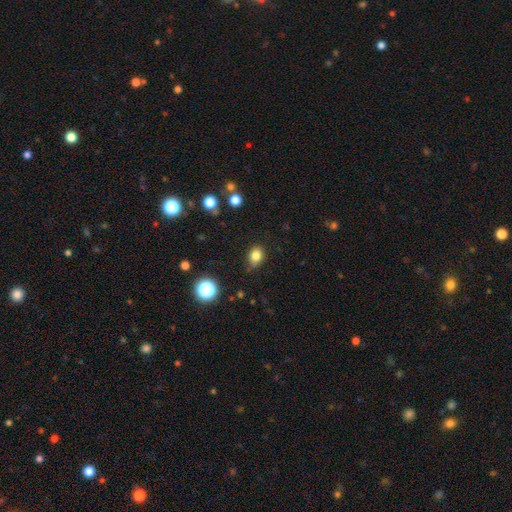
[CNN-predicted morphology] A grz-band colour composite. It shows a smooth galaxy with no disk features (81%) that is in between round and cigar-shaped (57%). Merging: none (78%).